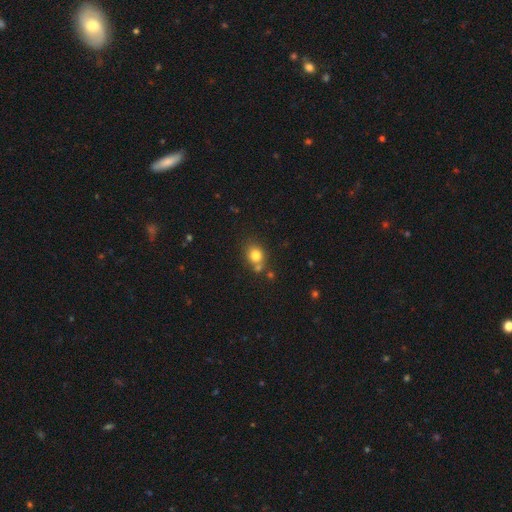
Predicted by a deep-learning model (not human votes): A smooth galaxy with no disk features (79%) that is round (69%). Merging: none (59%).